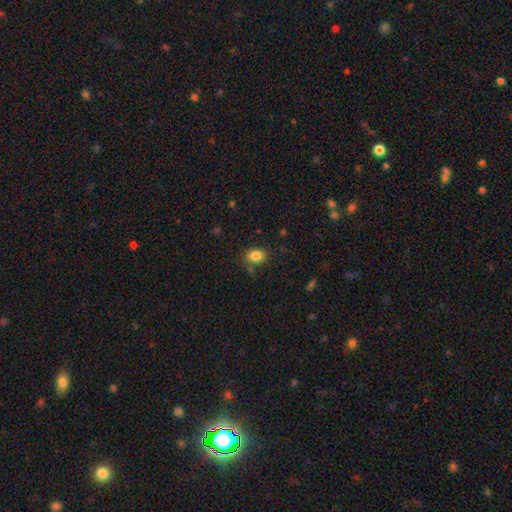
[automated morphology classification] A smooth galaxy with no disk features (83%) that is in between round and cigar-shaped (61%).

Vote fractions:
- Smooth or featured? smooth: 83% / star or artifact: 11% / featured or disk: 6%
- How rounded? in between: 61% / round: 38% / cigar-shaped: 1%
- Merging? none: 74% / minor disturbance: 16% / merger: 6% / major disturbance: 5%